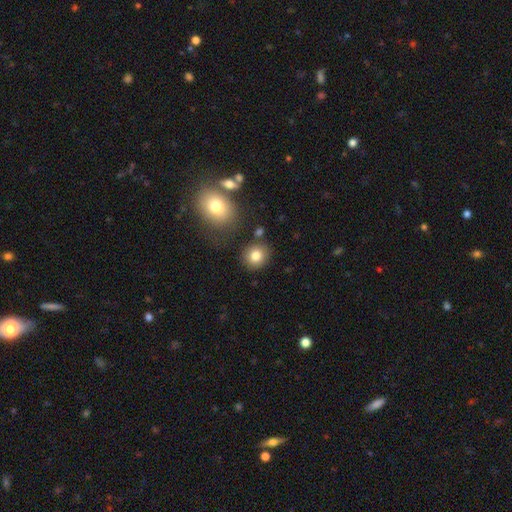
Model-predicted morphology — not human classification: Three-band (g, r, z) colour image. It shows a smooth galaxy with no disk features (82%) that is round (83%). Merging: none (83%).